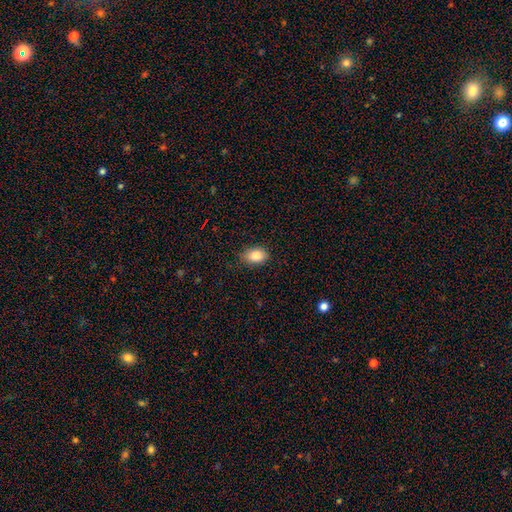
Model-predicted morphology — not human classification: smooth-or-featured: smooth: 87% | star or artifact: 8% | featured or disk: 5%
  how-rounded: in between: 84% | round: 14% | cigar-shaped: 1%
  merging: none: 83% | minor disturbance: 14% | major disturbance: 3% | merger: 1%